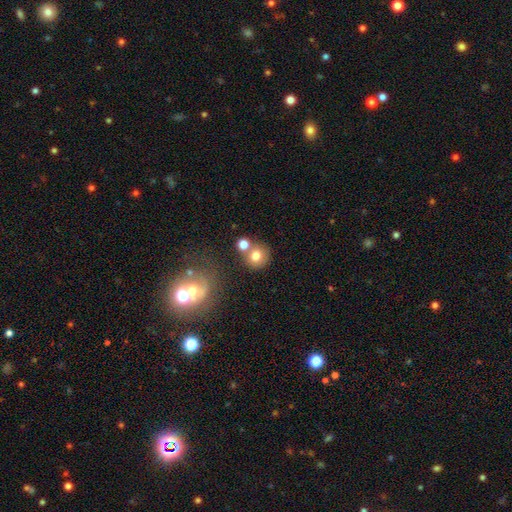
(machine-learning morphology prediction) The model was most divided on "merging": none: 59%, merger: 27%, minor disturbance: 10%, major disturbance: 4%. More confident: how rounded — round (85%); smooth or featured — smooth (75%).